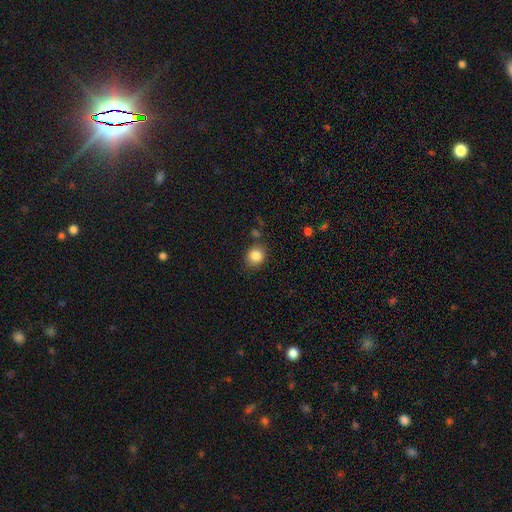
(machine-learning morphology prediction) The model was most divided on "how rounded": round: 74%, in between: 25%, cigar-shaped: 1%. More confident: smooth or featured — smooth (85%); merging — none (81%).